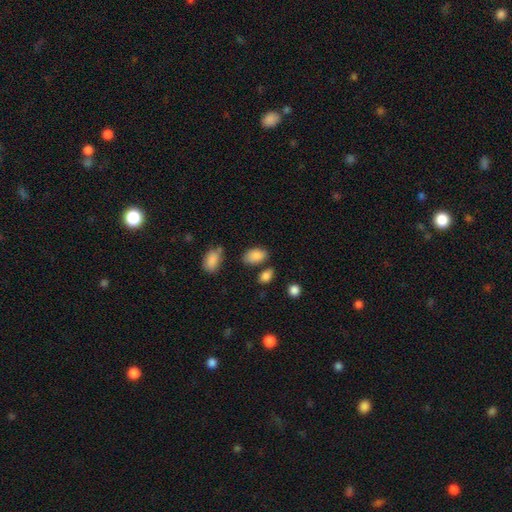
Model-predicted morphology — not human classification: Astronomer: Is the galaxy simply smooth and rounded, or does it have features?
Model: smooth — 87%.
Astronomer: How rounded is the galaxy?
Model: in between — 91%.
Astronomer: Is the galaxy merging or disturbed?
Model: none — 68%.